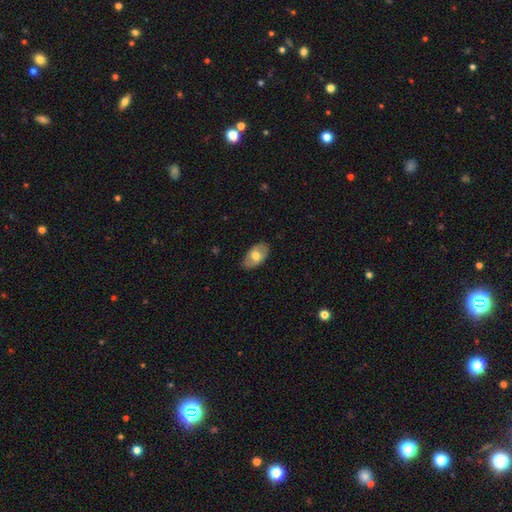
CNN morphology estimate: A smooth galaxy with no disk features (60%) that is in between round and cigar-shaped (92%).

Vote fractions:
- Smooth or featured? smooth: 60% / featured or disk: 35% / star or artifact: 6%
- How rounded? in between: 92% / round: 6% / cigar-shaped: 2%
- Merging? none: 82% / minor disturbance: 15% / major disturbance: 3% / merger: 1%